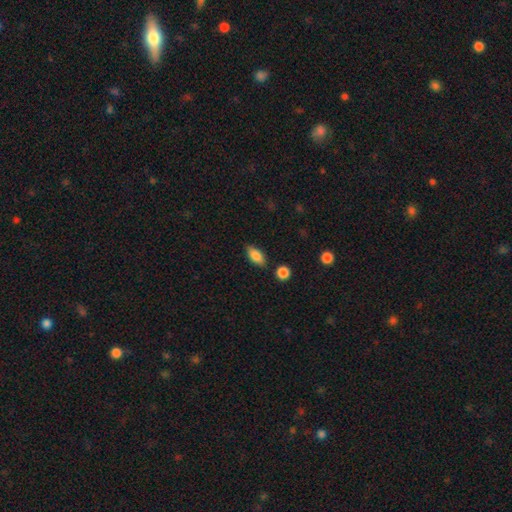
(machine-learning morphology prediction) Q: Smooth or featured?
A: smooth (84%); runner-up: featured or disk (8%)
Q: How rounded?
A: in between (86%); runner-up: cigar-shaped (10%)
Q: Merging?
A: none (82%); runner-up: minor disturbance (12%)